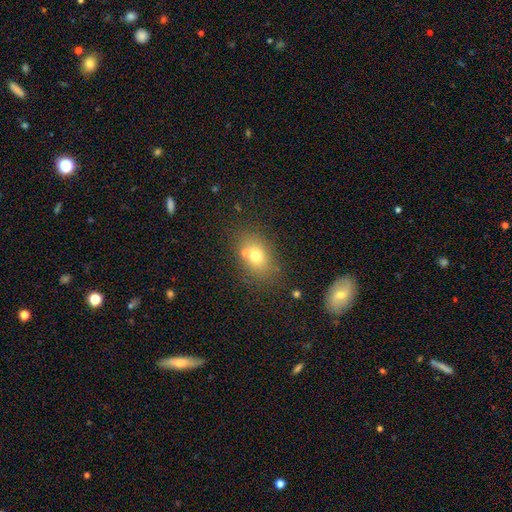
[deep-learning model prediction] Smooth or featured?
  - smooth: 70% *
  - featured or disk: 17%
  - star or artifact: 13%
How rounded?
  - in between: 70% *
  - round: 28%
  - cigar-shaped: 2%
Merging?
  - none: 65% *
  - merger: 18%
  - minor disturbance: 13%
  - major disturbance: 4%